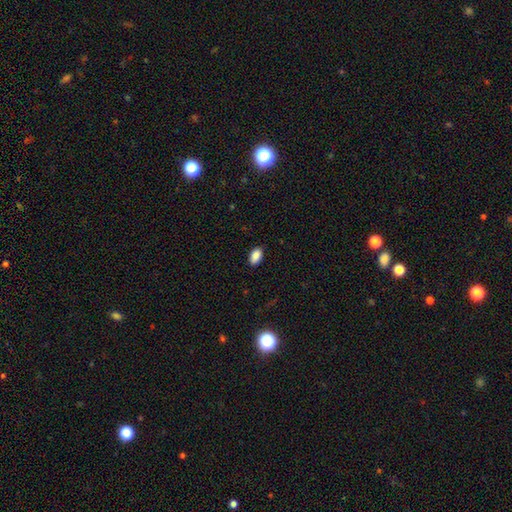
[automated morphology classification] This is clearly a smooth galaxy (89%). How rounded: clearly in between (93%). Merging: clearly none (87%).